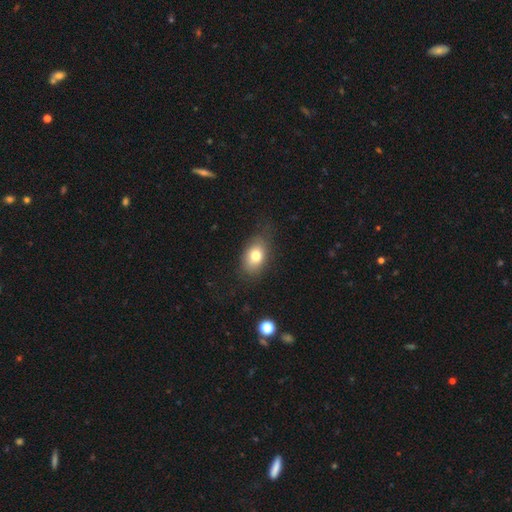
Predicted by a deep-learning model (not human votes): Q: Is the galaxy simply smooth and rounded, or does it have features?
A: smooth — 77%.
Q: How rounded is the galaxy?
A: in between — 80%.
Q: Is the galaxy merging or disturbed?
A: none — 74%.